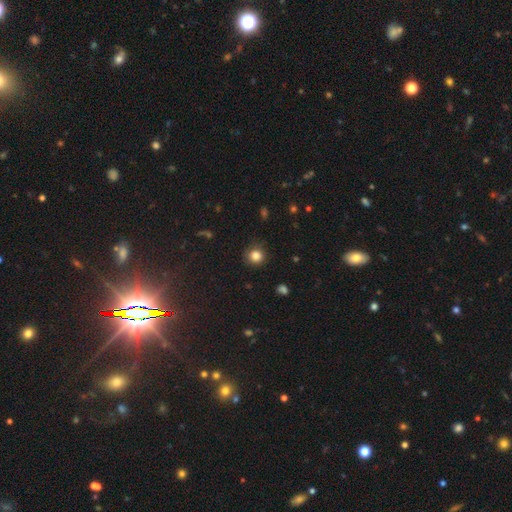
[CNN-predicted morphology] Smooth or featured: smooth — 83% (star or artifact — 12%)
How rounded: round — 91% (in between — 8%)
Merging: none — 85% (minor disturbance — 11%)